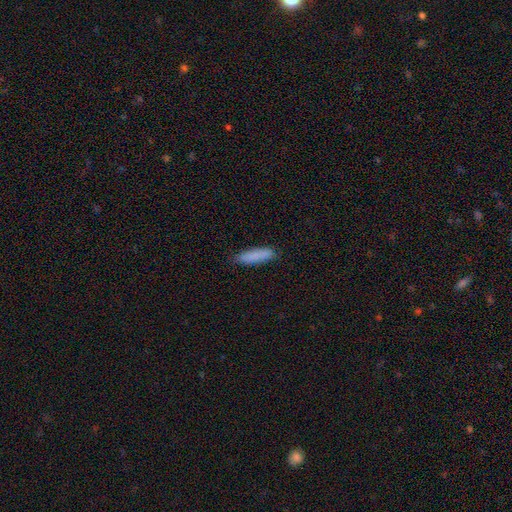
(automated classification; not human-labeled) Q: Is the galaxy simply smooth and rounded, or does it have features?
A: smooth — 86%.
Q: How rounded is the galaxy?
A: cigar-shaped — 75%.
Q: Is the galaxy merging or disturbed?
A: none — 86%.